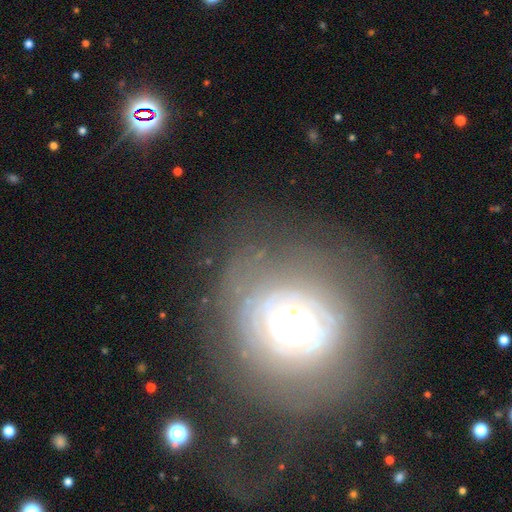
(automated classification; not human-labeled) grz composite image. It shows a featured or disk galaxy (55%) with no bar (77%), no spiral arms (54%) and a moderate central bulge (45%). Merging: none (62%).